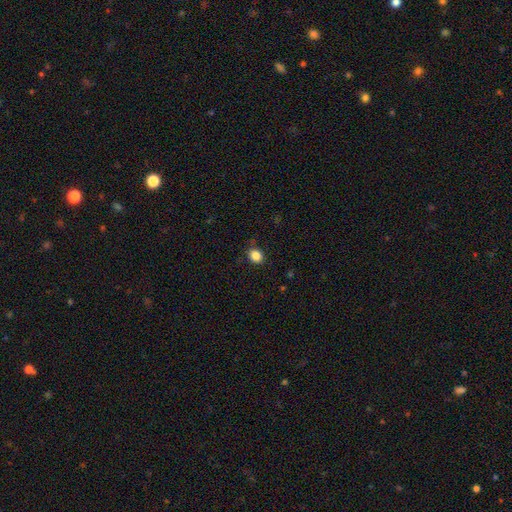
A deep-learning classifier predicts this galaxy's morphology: smooth_or_featured: smooth (p=0.86) [alt: star or artifact p=0.10]
how_rounded: round (p=0.56) [alt: in between p=0.43]
merging: none (p=0.84) [alt: minor disturbance p=0.12]